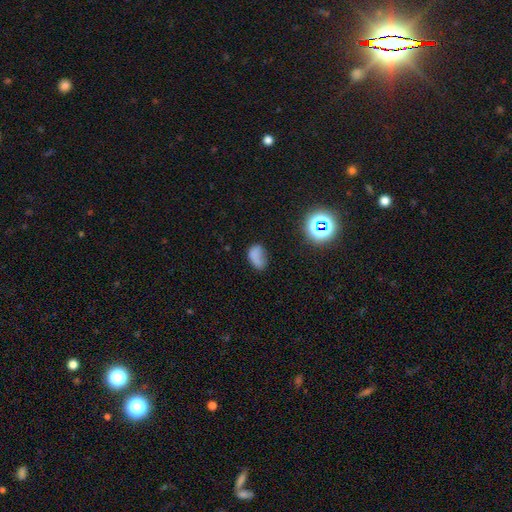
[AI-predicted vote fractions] smooth-or-featured: smooth: 69% | star or artifact: 18% | featured or disk: 13%
  how-rounded: in between: 85% | round: 13% | cigar-shaped: 2%
  merging: none: 47% | minor disturbance: 29% | major disturbance: 18% | merger: 5%